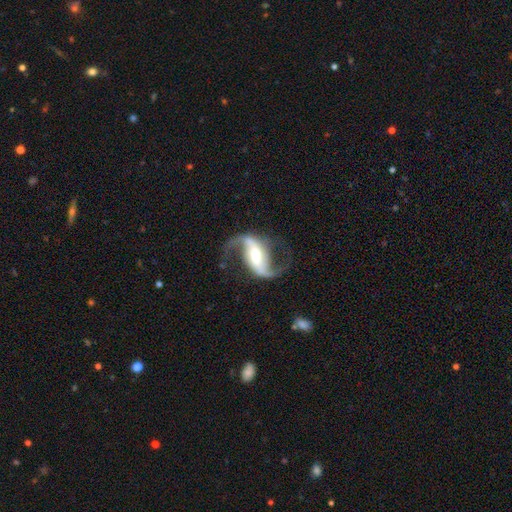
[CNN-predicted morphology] Smooth or featured? featured or disk (92%)
Edge-on disk? no (97%)
Bar? strong (54%)
Spiral arms? yes (98%)
Spiral winding? loose (75%)
Spiral arm count? 2 (94%)
Bulge size? moderate (53%)
Merging? none (77%)